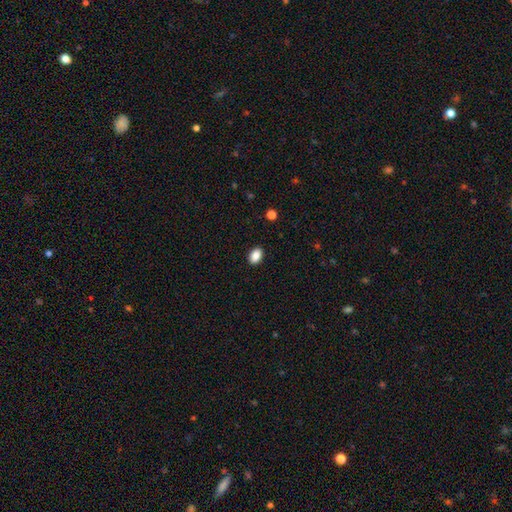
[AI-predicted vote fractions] The model was most divided on "how rounded": in between: 84%, round: 14%, cigar-shaped: 1%. More confident: merging — none (90%); smooth or featured — smooth (88%).